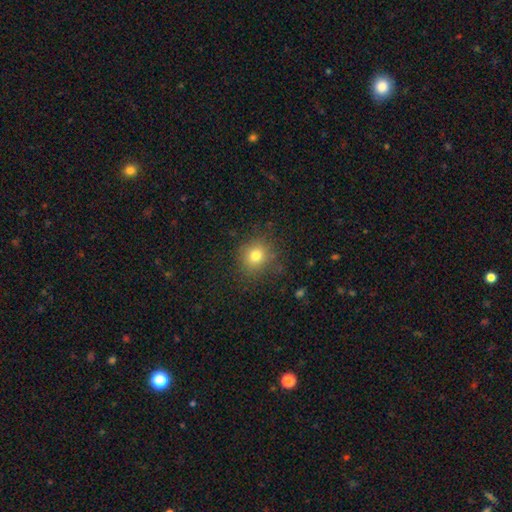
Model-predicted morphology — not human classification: This appears to be a smooth galaxy with no disk features (76%) that is round (84%). Merging: none (83%).